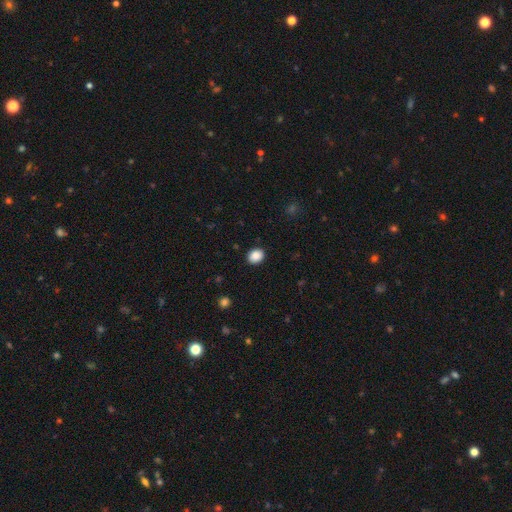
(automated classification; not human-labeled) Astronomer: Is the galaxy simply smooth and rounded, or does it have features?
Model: smooth — 88%.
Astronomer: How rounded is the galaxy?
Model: round — 60% (runner-up: in between, 39%).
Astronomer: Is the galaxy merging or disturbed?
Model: none — 90%.